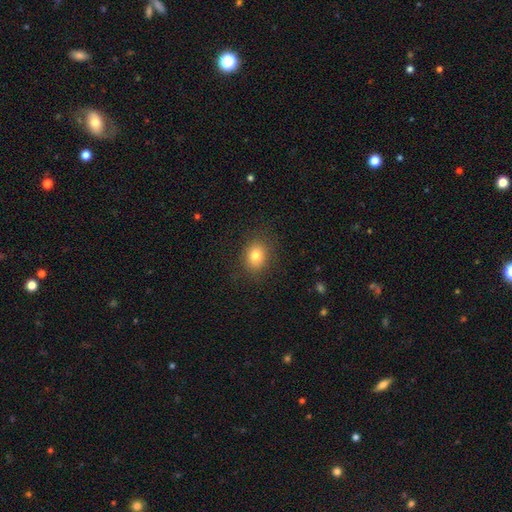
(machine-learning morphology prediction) Q: Smooth or featured?
A: smooth (80%); runner-up: star or artifact (11%)
Q: How rounded?
A: round (52%); runner-up: in between (47%)
Q: Merging?
A: none (85%); runner-up: minor disturbance (10%)